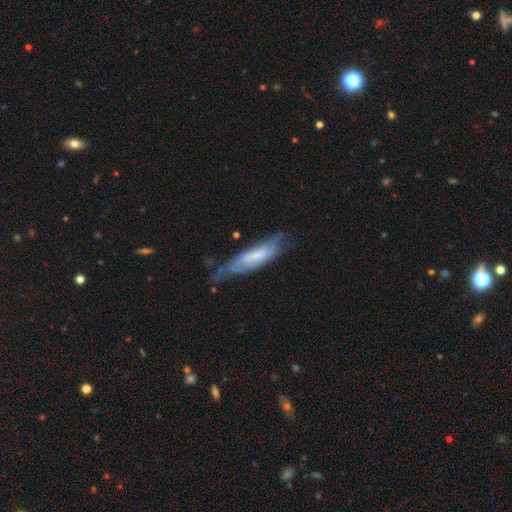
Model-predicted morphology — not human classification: Overall: featured or disk (57%; smooth 36%). Edge-on disk: no (60%; yes 40%). Merging: none (51%; minor disturbance 31%).